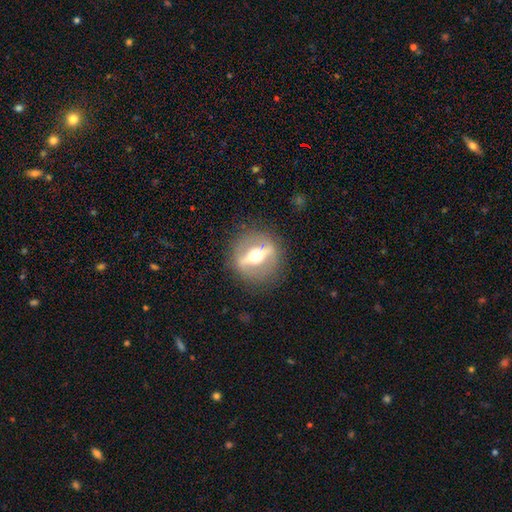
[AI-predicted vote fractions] Morphology: type=featured or disk (79%); edge-on=yes (54%); merging=none (83%).